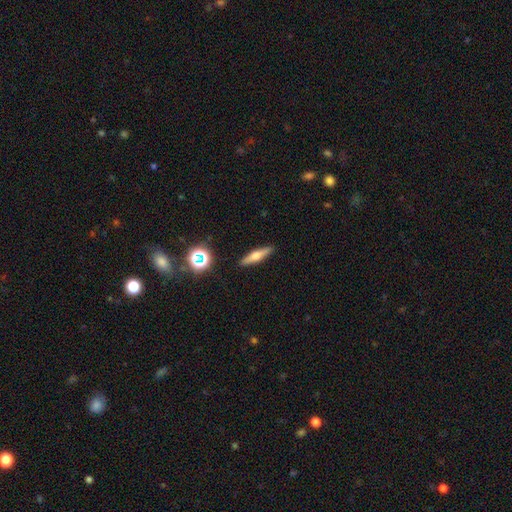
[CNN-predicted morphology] Smooth or featured? Predicted: smooth (p=0.47). Merging? Predicted: none (p=0.90).